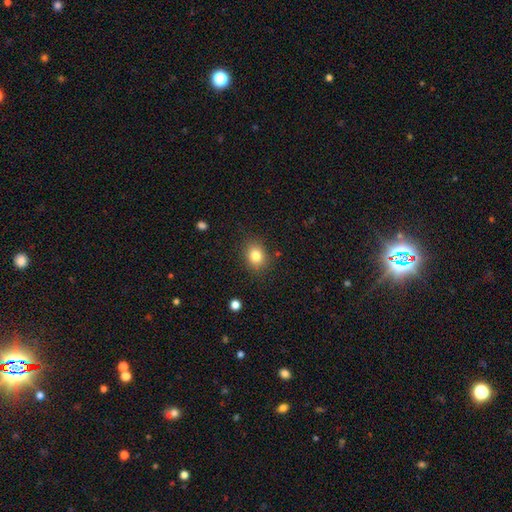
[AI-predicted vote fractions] Overall: smooth (82%). How rounded: round (53%; in between 46%). Merging: none (85%).